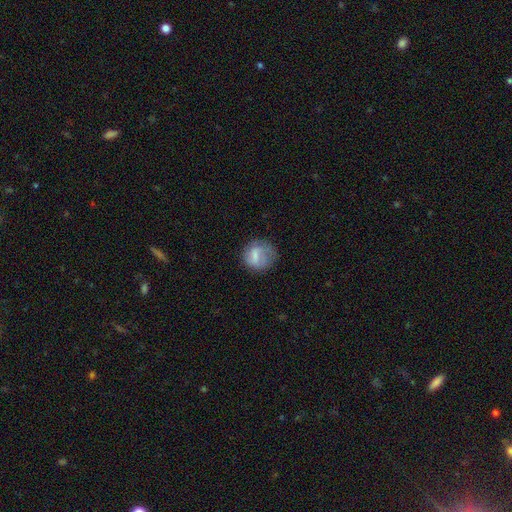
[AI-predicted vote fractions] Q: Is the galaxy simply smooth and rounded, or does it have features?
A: smooth — 64%.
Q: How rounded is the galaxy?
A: round — 76%.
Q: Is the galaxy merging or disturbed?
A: none — 58%.